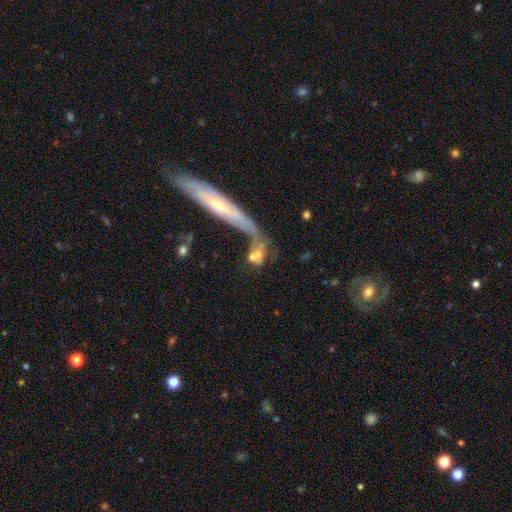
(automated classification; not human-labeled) Morphology: type=smooth (49%); merging=merger (52%).